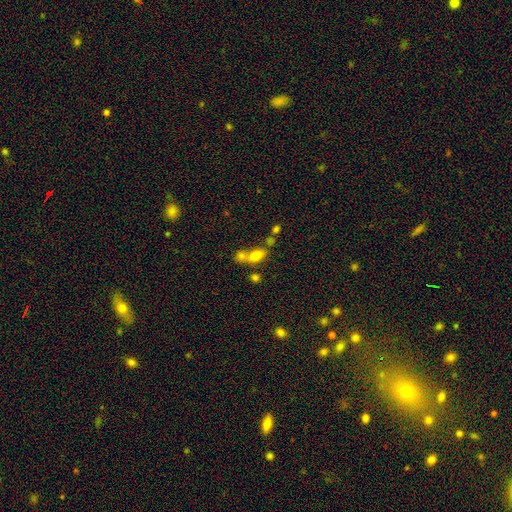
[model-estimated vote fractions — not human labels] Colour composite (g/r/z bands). It shows a smooth galaxy with no disk features (74%) that is in between round and cigar-shaped (79%). Merging: merger (50%).